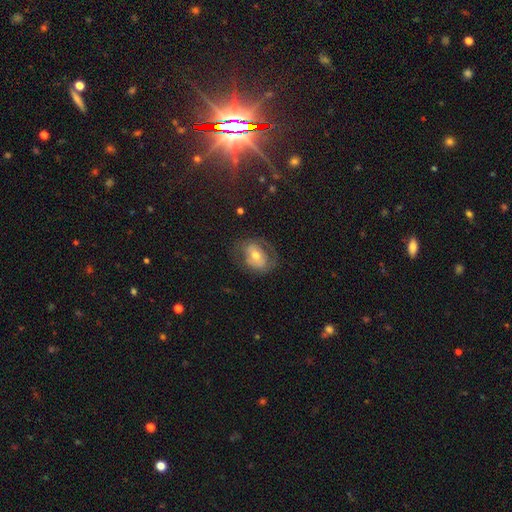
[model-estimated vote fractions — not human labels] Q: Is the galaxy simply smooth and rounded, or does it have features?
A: featured or disk — 47%.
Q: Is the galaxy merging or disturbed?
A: none — 64%.